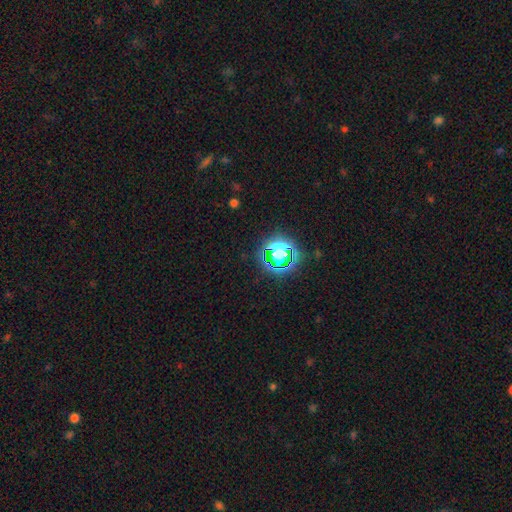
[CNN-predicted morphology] star or artifact 78%, smooth 16%, featured or disk 6%.